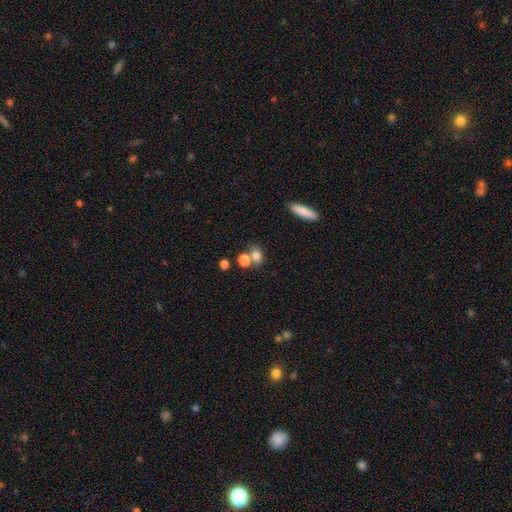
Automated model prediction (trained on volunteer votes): smooth_or_featured: smooth (p=0.79) [alt: star or artifact p=0.11]
how_rounded: in between (p=0.51) [alt: round p=0.47]
merging: none (p=0.47) [alt: merger p=0.39]